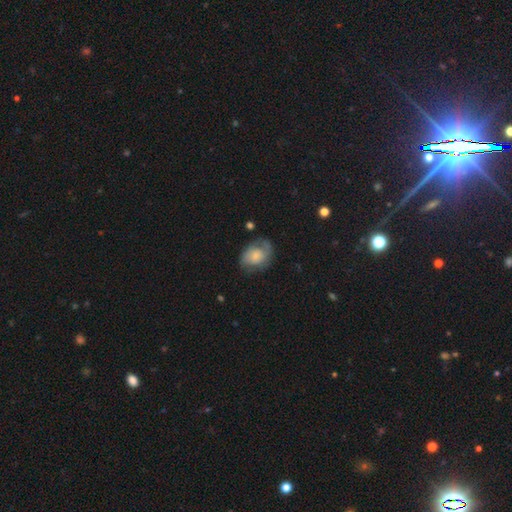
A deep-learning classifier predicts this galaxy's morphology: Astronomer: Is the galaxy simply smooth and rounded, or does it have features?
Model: smooth — 54% (runner-up: featured or disk, 38%).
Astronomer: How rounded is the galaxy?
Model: in between — 67%.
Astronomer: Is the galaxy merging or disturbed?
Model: none — 57%.